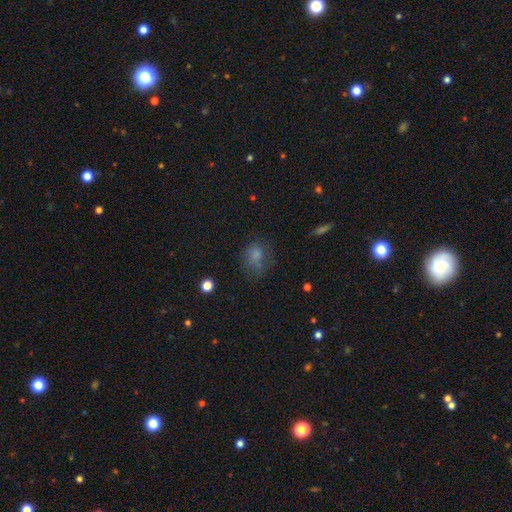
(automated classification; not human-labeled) Smooth or featured? smooth (73%)
How rounded? in between (49%, tied with round)
Merging? none (51%)